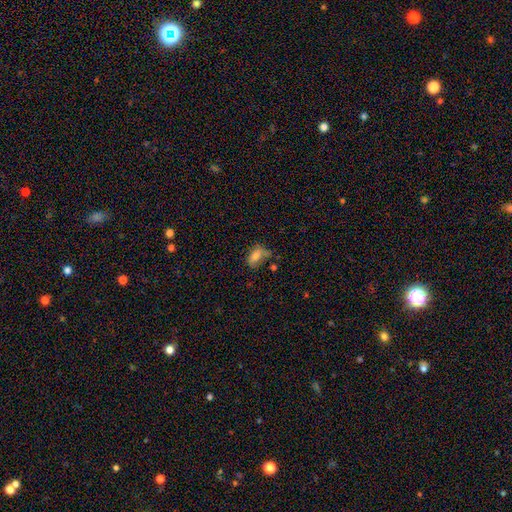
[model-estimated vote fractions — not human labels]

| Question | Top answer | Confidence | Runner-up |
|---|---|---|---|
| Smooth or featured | smooth | 73% | featured or disk (16%) |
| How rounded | in between | 85% | cigar-shaped (8%) |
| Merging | none | 46% | minor disturbance (30%) |